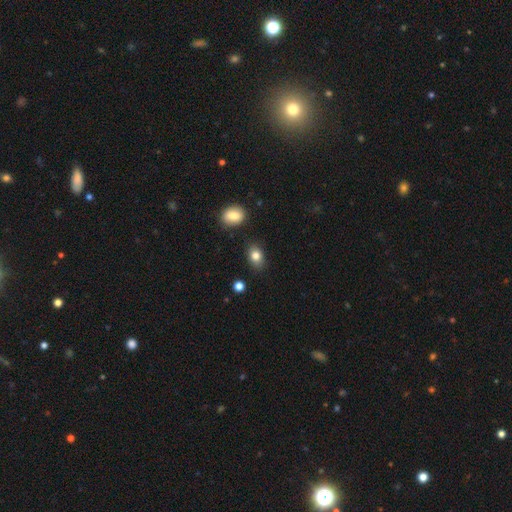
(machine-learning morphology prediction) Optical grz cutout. It shows a smooth galaxy with no disk features (83%) that is in between round and cigar-shaped (76%). Merging: none (83%).